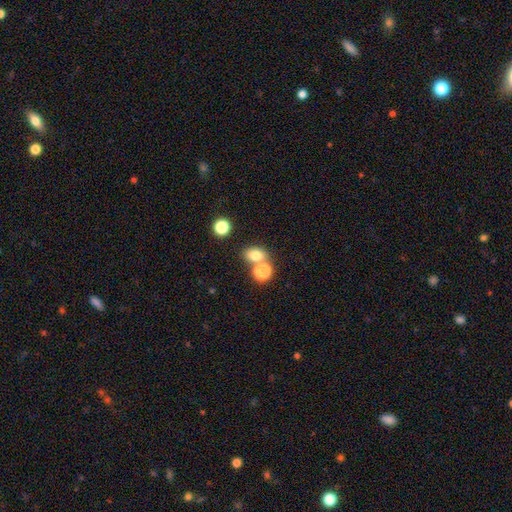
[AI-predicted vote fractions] Q: Smooth or featured?
A: smooth (76%); runner-up: star or artifact (14%)
Q: How rounded?
A: in between (55%); runner-up: round (44%)
Q: Merging?
A: none (58%); runner-up: merger (29%)